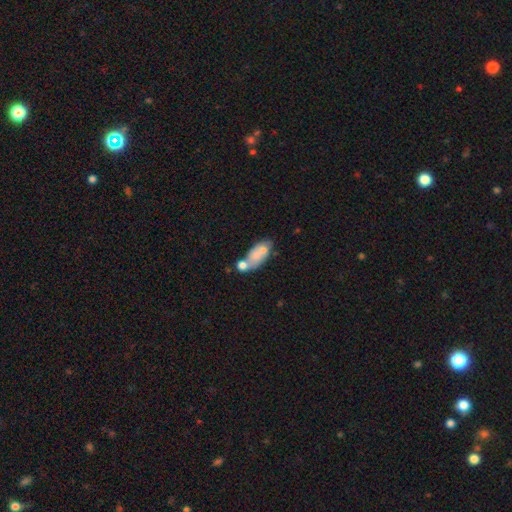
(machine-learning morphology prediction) This is likely a smooth galaxy (63%). How rounded: clearly in between (84%). Merging: marginally merger (43%).